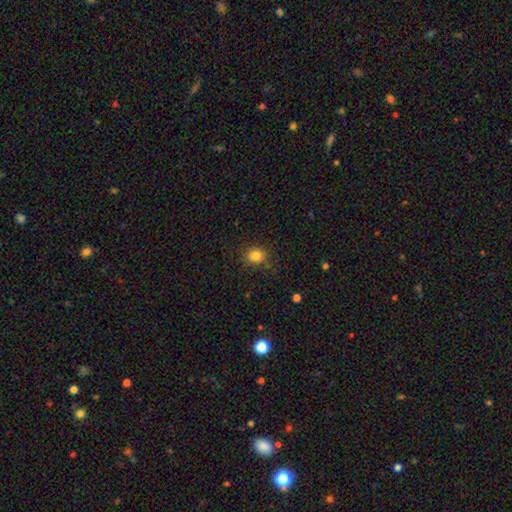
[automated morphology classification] Smooth or featured: smooth — 82% (star or artifact — 12%)
How rounded: round — 71% (in between — 28%)
Merging: none — 83% (minor disturbance — 12%)